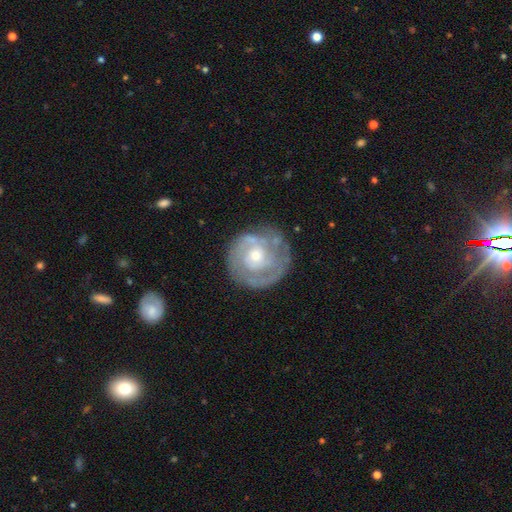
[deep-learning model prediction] Morphology: type=featured or disk (76%); edge-on=no (97%); bar=no (75%); spiral arms=yes (79%); winding=tight (66%); arm count=can't tell (38%); bulge=small (52%); merging=none (72%).